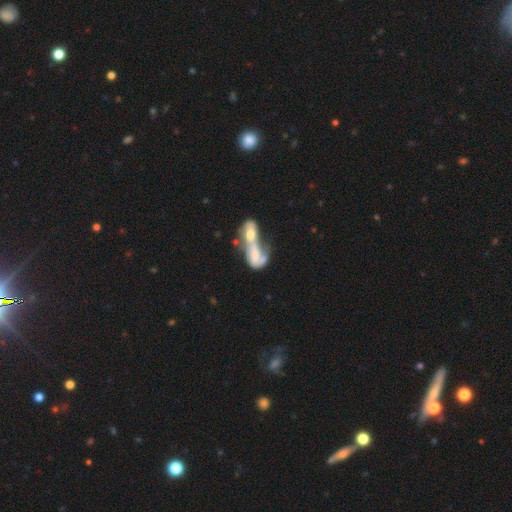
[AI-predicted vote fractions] This appears to be a smooth galaxy with no disk features (47%). Merging: merger (73%).